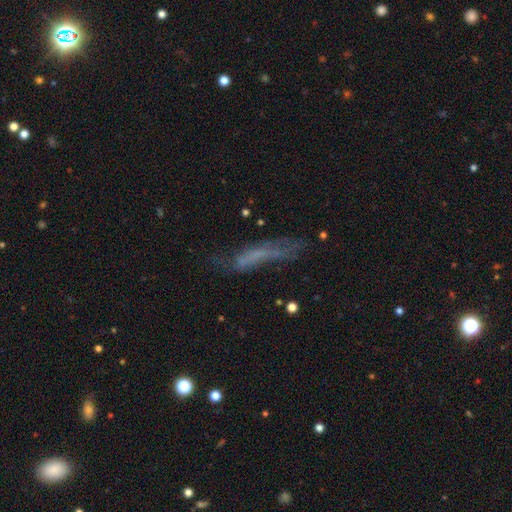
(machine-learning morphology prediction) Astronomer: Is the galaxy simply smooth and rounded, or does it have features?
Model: smooth — 45% (runner-up: featured or disk, 40%).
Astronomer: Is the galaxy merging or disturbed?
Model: none — 43% (runner-up: major disturbance, 26%).